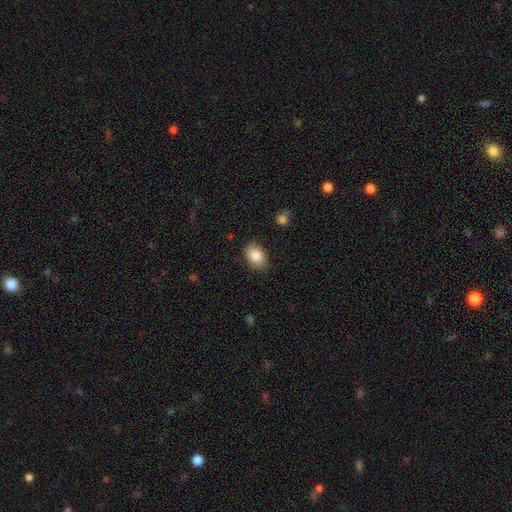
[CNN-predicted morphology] Smooth or featured?
  - smooth: 85% *
  - star or artifact: 8%
  - featured or disk: 7%
How rounded?
  - in between: 77% *
  - round: 22%
  - cigar-shaped: 1%
Merging?
  - none: 85% *
  - minor disturbance: 11%
  - major disturbance: 2%
  - merger: 1%